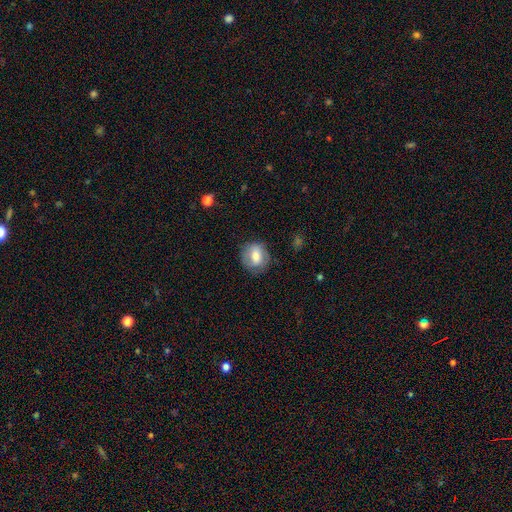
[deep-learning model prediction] smooth 65%, featured or disk 27%, star or artifact 8%. Down the decision tree: how rounded — round (71%); merging — none (75%).